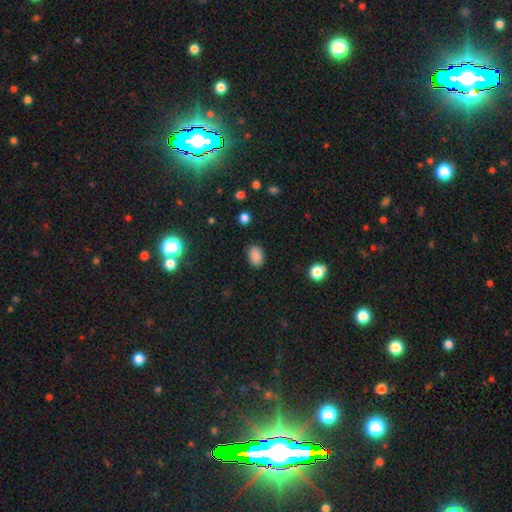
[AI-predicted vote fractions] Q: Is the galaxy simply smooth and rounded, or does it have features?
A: smooth — 87%.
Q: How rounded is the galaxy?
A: in between — 80%.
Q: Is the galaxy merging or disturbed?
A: none — 86%.